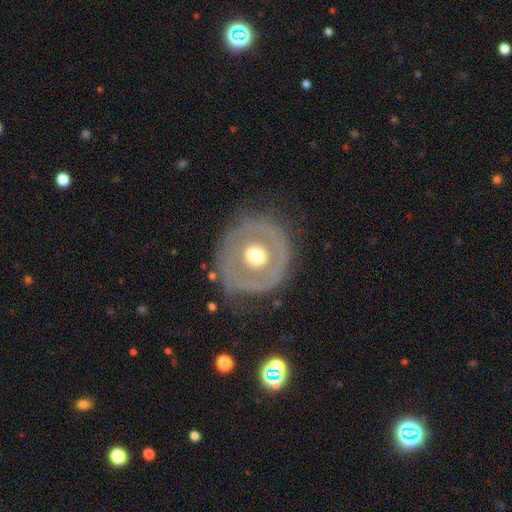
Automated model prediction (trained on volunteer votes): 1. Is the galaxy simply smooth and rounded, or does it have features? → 62% featured or disk, 32% smooth, 6% star or artifact.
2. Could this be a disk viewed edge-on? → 95% no, 5% yes.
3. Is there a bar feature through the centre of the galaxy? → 84% no, 12% weak, 5% strong.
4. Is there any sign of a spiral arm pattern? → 77% no, 23% yes.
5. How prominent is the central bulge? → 68% moderate, 22% large, 7% small, 2% dominant, 1% none.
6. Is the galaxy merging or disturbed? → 69% none, 18% minor disturbance, 12% major disturbance, 2% merger.